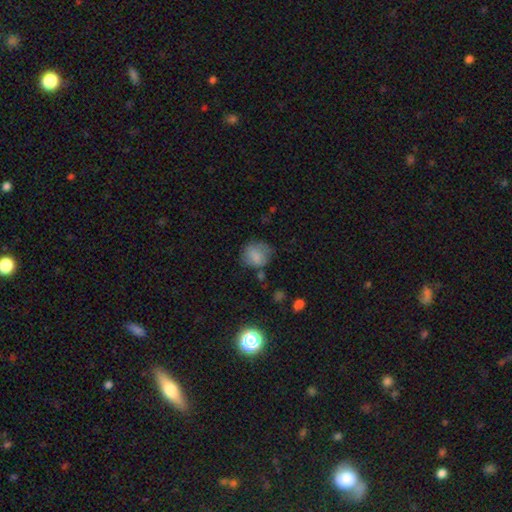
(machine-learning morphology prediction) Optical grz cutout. It shows a smooth galaxy with no disk features (78%) that is round (71%). Merging: none (57%).